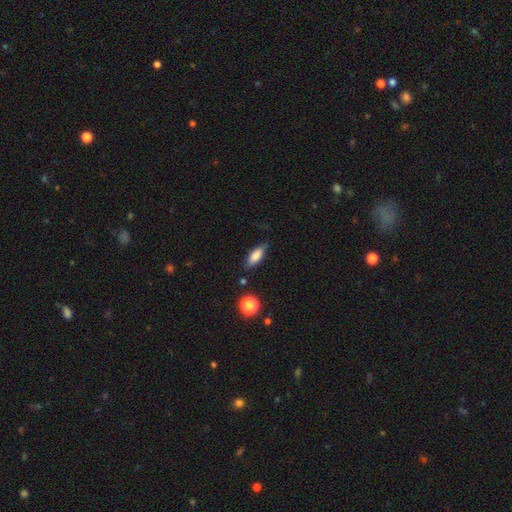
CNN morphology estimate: This appears to be a smooth galaxy with no disk features (75%) that is in between round and cigar-shaped (66%). Merging: none (75%).